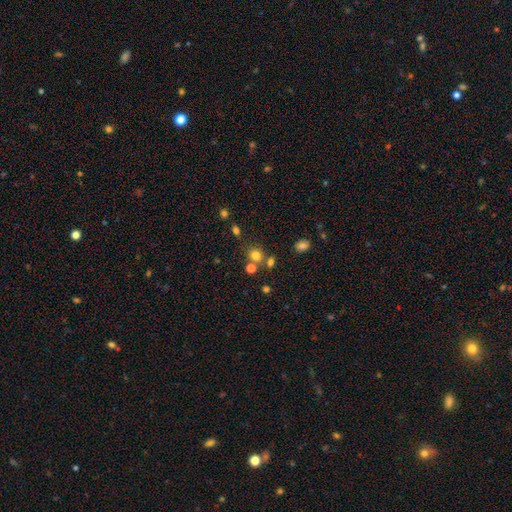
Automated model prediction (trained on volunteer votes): A smooth galaxy with no disk features (75%) that is round (81%). Merging: none (67%).